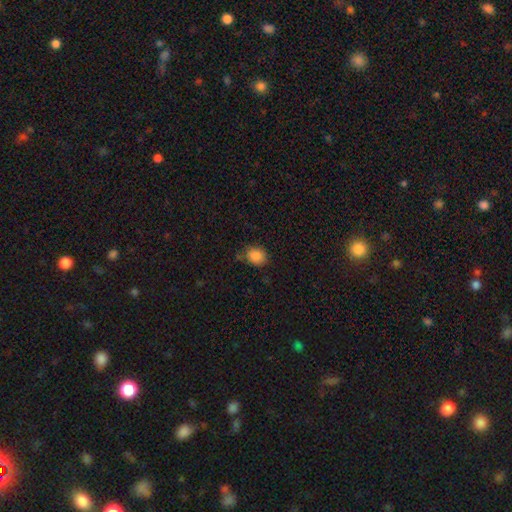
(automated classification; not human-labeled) A smooth galaxy with no disk features (86%) that is in between round and cigar-shaped (53%).

Vote fractions:
- Smooth or featured? smooth: 86% / star or artifact: 9% / featured or disk: 5%
- How rounded? in between: 53% / round: 46% / cigar-shaped: 1%
- Merging? none: 73% / minor disturbance: 20% / major disturbance: 4% / merger: 3%